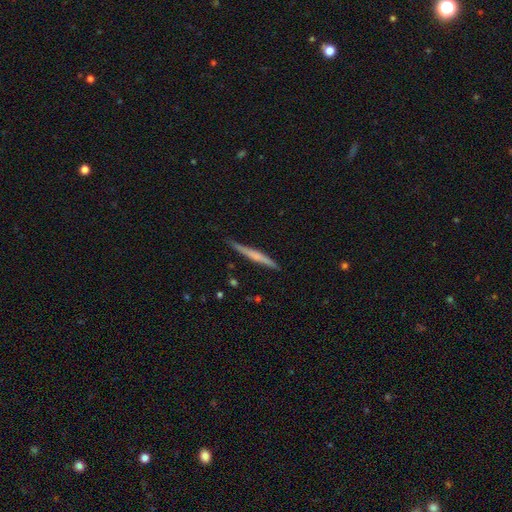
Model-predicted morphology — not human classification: Overall: featured or disk (50%; smooth 45%). Merging: none (84%).